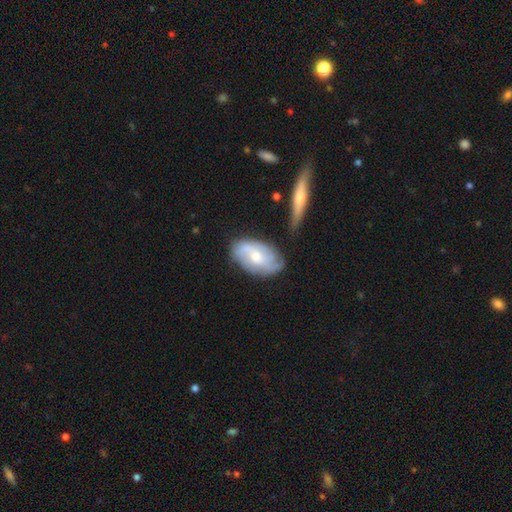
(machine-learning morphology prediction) type=featured or disk (67%); edge-on=no (94%); bar=no (63%); spiral arms=yes (87%); winding=medium (42%); arm count=2 (30%); bulge=moderate (59%); merging=none (66%).